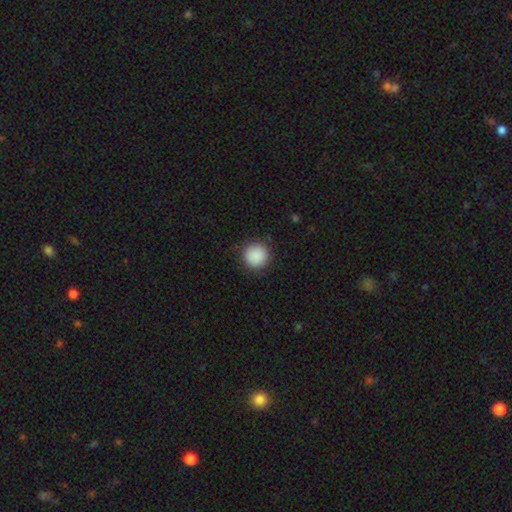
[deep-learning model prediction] Smooth or featured? Predicted: smooth (p=0.89). How rounded? Predicted: round (p=0.94). Merging? Predicted: none (p=0.88).